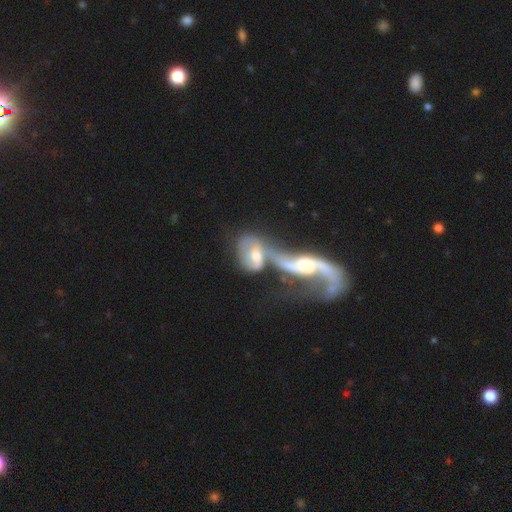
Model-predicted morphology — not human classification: Smooth or featured? featured or disk (62%)
Edge-on disk? no (92%)
Bar? no (44%)
Spiral arms? yes (72%)
Bulge size? moderate (61%)
Merging? merger (74%)